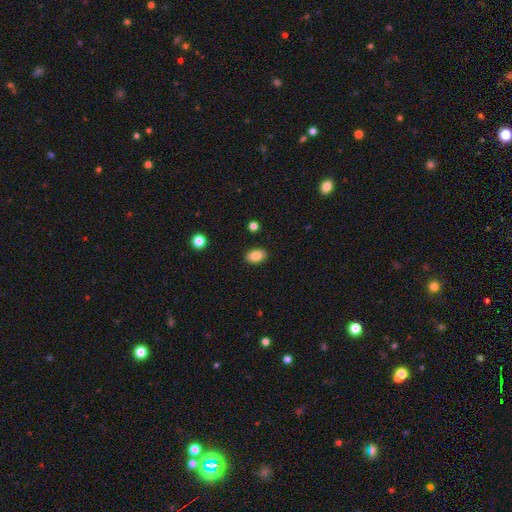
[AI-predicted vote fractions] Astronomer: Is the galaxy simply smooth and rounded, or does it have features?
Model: smooth — 85%.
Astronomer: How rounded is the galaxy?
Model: in between — 88%.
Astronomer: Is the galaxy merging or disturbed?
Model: none — 89%.